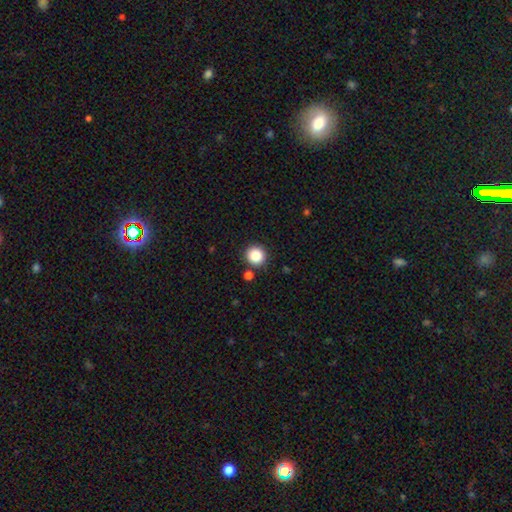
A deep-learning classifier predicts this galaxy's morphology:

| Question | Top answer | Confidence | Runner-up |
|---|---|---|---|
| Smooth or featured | smooth | 86% | star or artifact (10%) |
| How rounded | round | 94% | in between (5%) |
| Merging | none | 87% | minor disturbance (6%) |